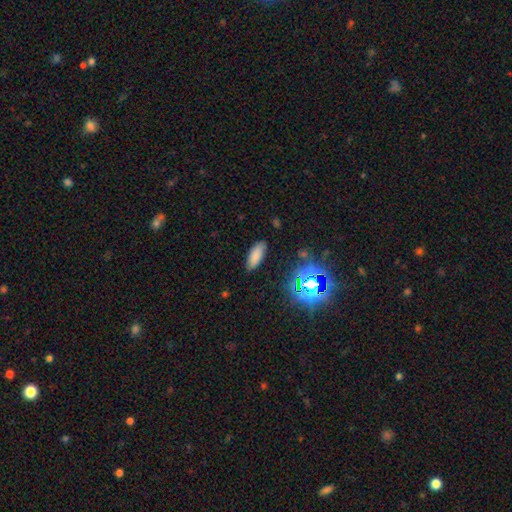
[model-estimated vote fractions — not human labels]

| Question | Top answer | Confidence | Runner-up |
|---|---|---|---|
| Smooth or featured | smooth | 79% | star or artifact (14%) |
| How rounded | in between | 76% | cigar-shaped (21%) |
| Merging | none | 86% | minor disturbance (10%) |